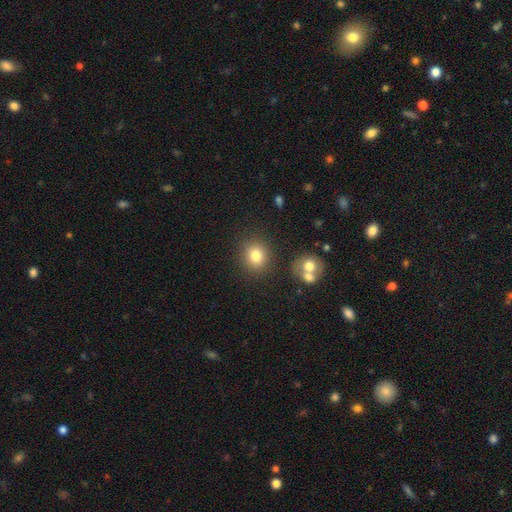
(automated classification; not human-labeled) Smooth or featured: smooth — 80% (star or artifact — 12%)
How rounded: round — 81% (in between — 18%)
Merging: none — 84% (minor disturbance — 8%)